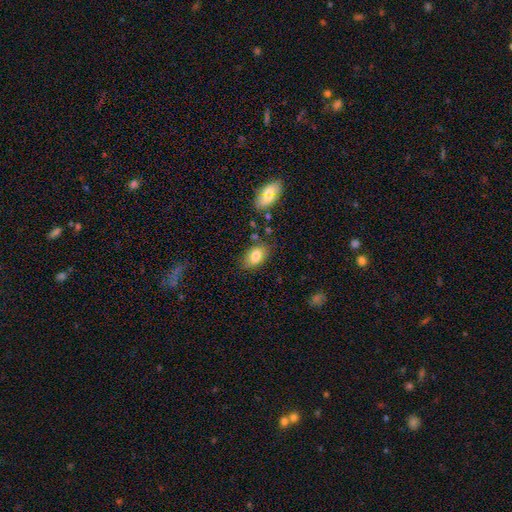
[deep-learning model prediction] Smooth or featured: smooth — 82% (featured or disk — 11%)
How rounded: in between — 89% (round — 9%)
Merging: none — 75% (minor disturbance — 16%)